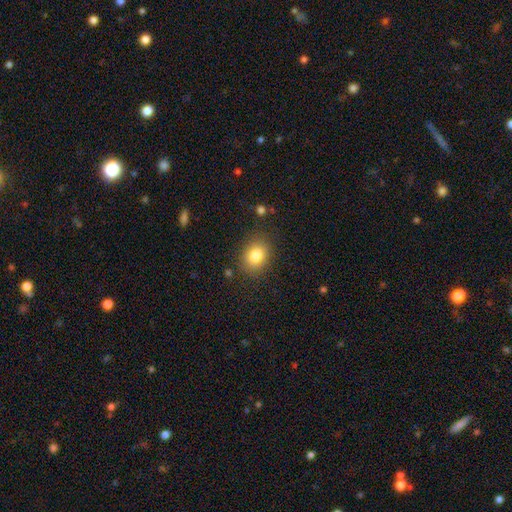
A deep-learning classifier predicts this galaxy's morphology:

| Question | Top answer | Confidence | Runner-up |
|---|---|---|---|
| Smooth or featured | smooth | 82% | star or artifact (10%) |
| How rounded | in between | 51% | round (48%) |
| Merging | none | 84% | minor disturbance (11%) |